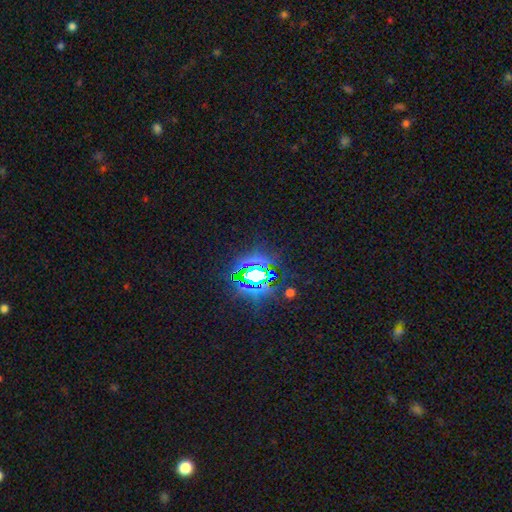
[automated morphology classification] This appears to be a star or artifact, not a galaxy (82%).